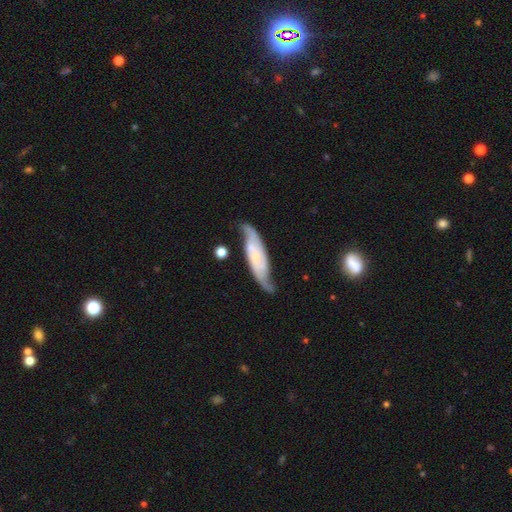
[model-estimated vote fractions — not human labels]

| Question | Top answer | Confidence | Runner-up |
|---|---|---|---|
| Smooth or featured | featured or disk | 75% | smooth (20%) |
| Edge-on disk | no | 81% | yes (19%) |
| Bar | no | 55% | weak (32%) |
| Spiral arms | yes | 94% | no (6%) |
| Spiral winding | medium | 42% | tight (32%) |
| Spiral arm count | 2 | 83% | can't tell (10%) |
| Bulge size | small | 58% | none (23%) |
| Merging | none | 65% | minor disturbance (24%) |